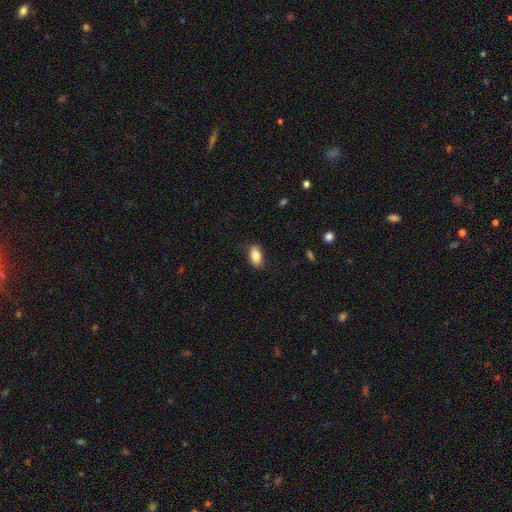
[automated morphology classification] The model was most divided on "merging": none: 85%, minor disturbance: 12%, major disturbance: 3%, merger: 1%. More confident: how rounded — in between (91%); smooth or featured — smooth (84%).